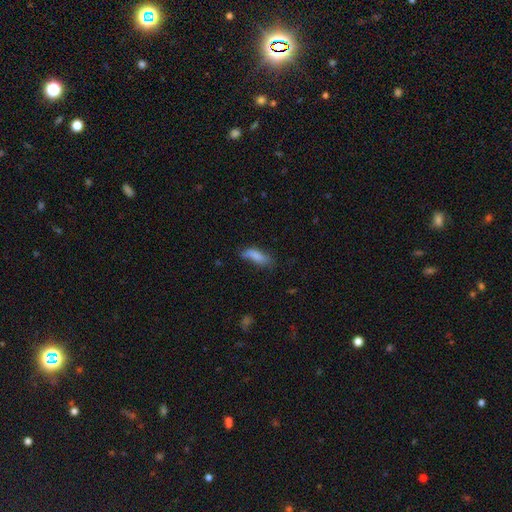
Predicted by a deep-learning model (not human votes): The model was most divided on "merging": none: 47%, minor disturbance: 34%, major disturbance: 15%, merger: 4%. More confident: smooth or featured — smooth (78%); how rounded — in between (63%).